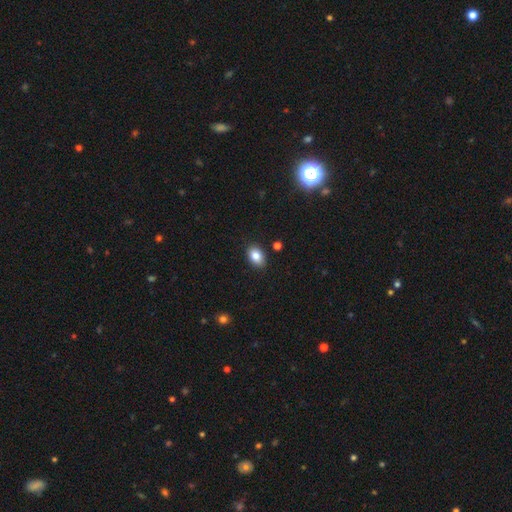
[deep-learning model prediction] Morphology: type=smooth (84%); roundness=in between (85%); merging=none (86%).